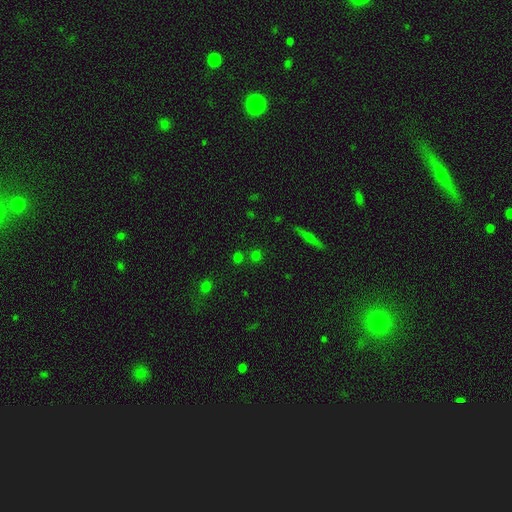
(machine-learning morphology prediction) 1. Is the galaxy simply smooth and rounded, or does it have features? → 61% smooth, 29% star or artifact, 9% featured or disk.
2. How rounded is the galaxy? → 89% round, 9% in between, 2% cigar-shaped.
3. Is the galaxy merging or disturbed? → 79% none, 11% merger, 8% minor disturbance, 3% major disturbance.